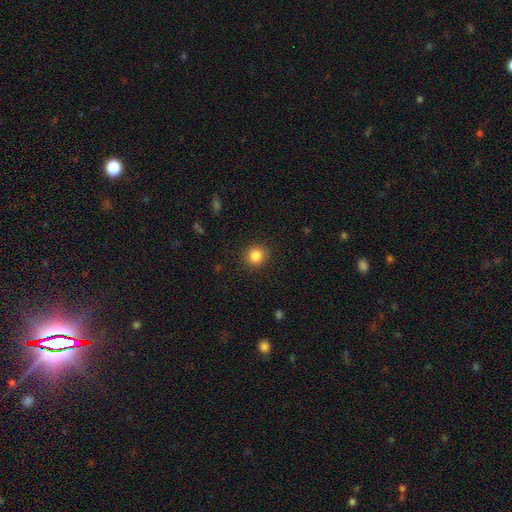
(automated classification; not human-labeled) Morphology: type=smooth (84%); roundness=round (87%); merging=none (91%).